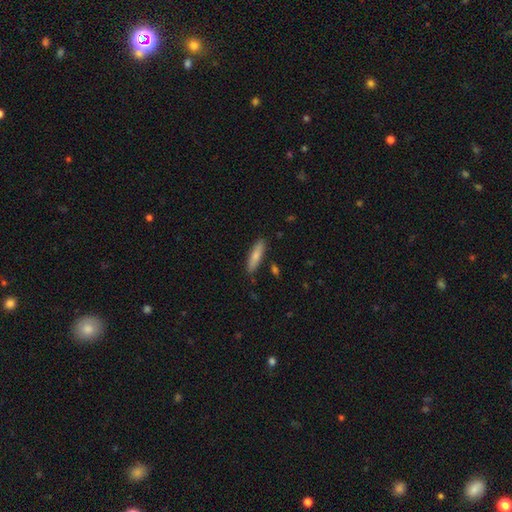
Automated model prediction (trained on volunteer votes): A smooth galaxy with no disk features (78%) that is cigar-shaped (72%).

Vote fractions:
- Smooth or featured? smooth: 78% / featured or disk: 16% / star or artifact: 6%
- How rounded? cigar-shaped: 72% / in between: 26% / round: 2%
- Merging? none: 85% / minor disturbance: 10% / merger: 3% / major disturbance: 2%